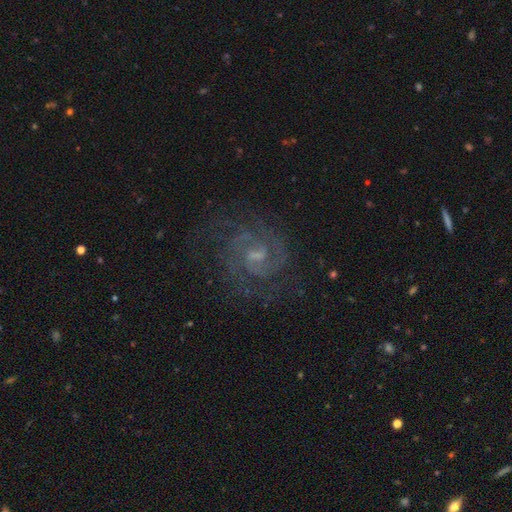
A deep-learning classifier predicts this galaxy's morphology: This appears to be a featured or disk galaxy (87%) with a weak bar (62%), 2 (68%) tight (48%) spiral arms (97%) and a small central bulge (51%). Merging: none (74%).